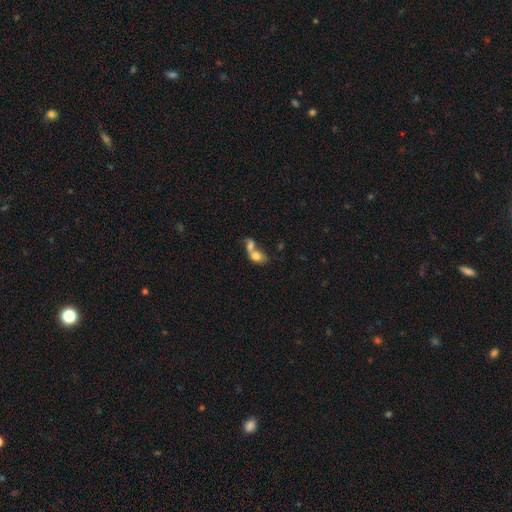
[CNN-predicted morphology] Smooth or featured? smooth (70%)
How rounded? in between (73%)
Merging? merger (75%)